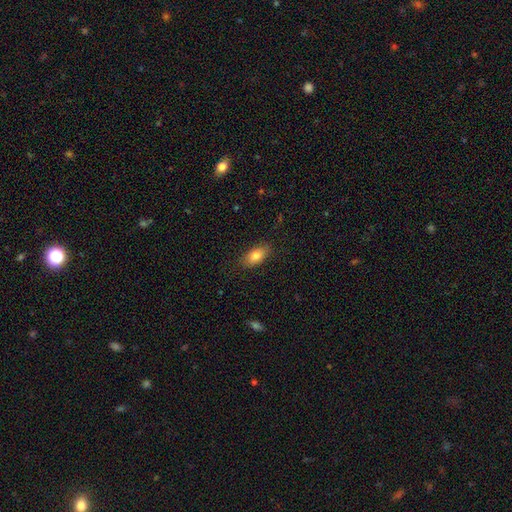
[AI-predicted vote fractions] A smooth galaxy with no disk features (81%) that is in between round and cigar-shaped (89%).

Vote fractions:
- Smooth or featured? smooth: 81% / featured or disk: 11% / star or artifact: 7%
- How rounded? in between: 89% / cigar-shaped: 7% / round: 5%
- Merging? none: 84% / minor disturbance: 12% / major disturbance: 3% / merger: 1%